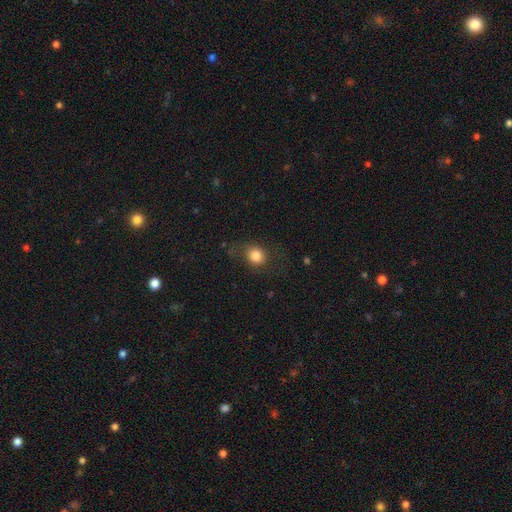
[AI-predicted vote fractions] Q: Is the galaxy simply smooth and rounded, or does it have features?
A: smooth — 82%.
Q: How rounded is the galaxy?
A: round — 66%.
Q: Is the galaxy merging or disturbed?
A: none — 71%.